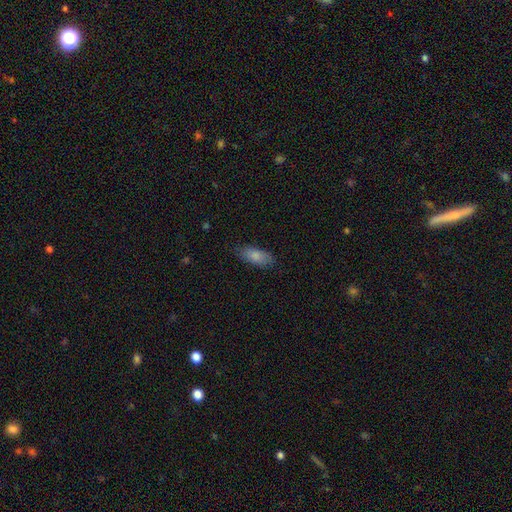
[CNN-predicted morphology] smooth 83%, featured or disk 10%, star or artifact 7%. Down the decision tree: how rounded — in between (85%); merging — none (81%).